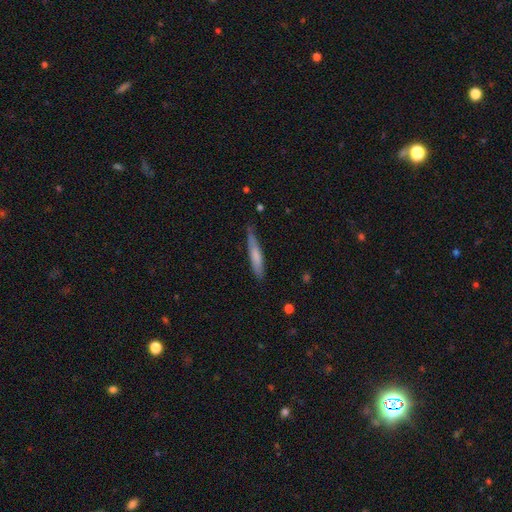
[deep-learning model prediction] smooth_or_featured: smooth (p=0.67) [alt: featured or disk p=0.28]
how_rounded: cigar-shaped (p=0.91) [alt: in between p=0.07]
merging: none (p=0.76) [alt: minor disturbance p=0.20]